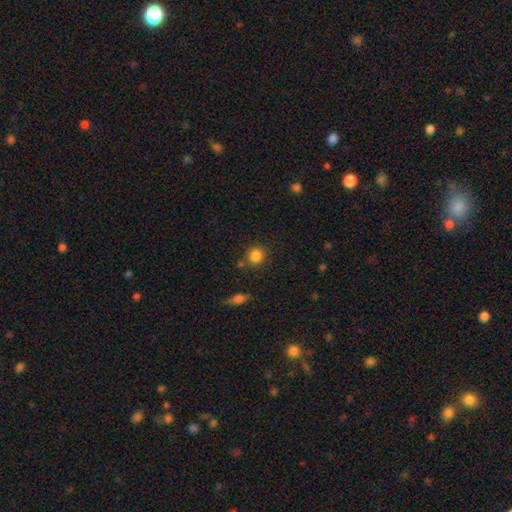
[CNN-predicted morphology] This appears to be a smooth galaxy with no disk features (85%) that is round (88%). Merging: none (80%).